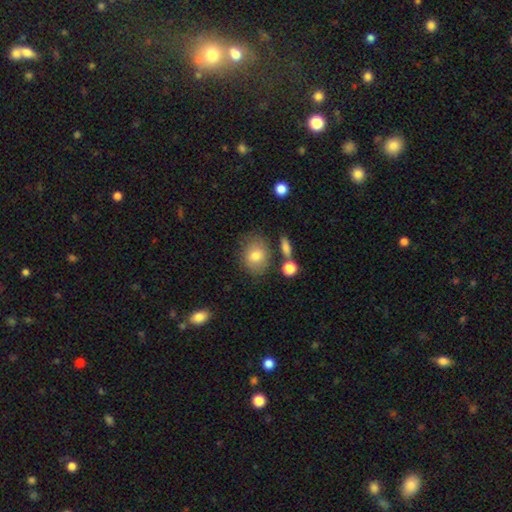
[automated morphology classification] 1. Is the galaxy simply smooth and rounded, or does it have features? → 78% smooth, 14% featured or disk, 9% star or artifact.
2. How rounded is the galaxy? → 51% in between, 47% round, 1% cigar-shaped.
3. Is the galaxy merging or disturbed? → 68% none, 17% minor disturbance, 9% merger, 6% major disturbance.